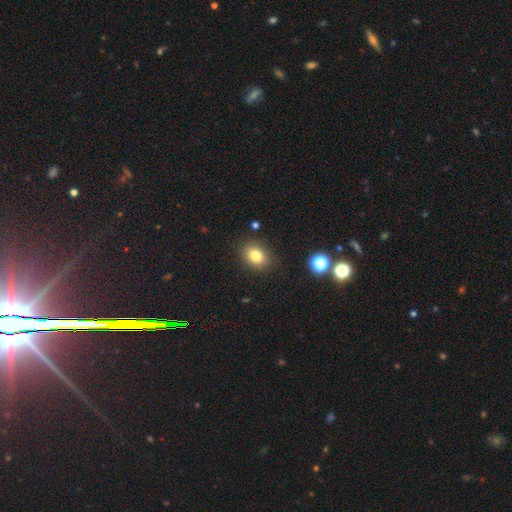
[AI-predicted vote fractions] Overall: smooth (80%). How rounded: in between (56%; round 43%). Merging: none (86%).